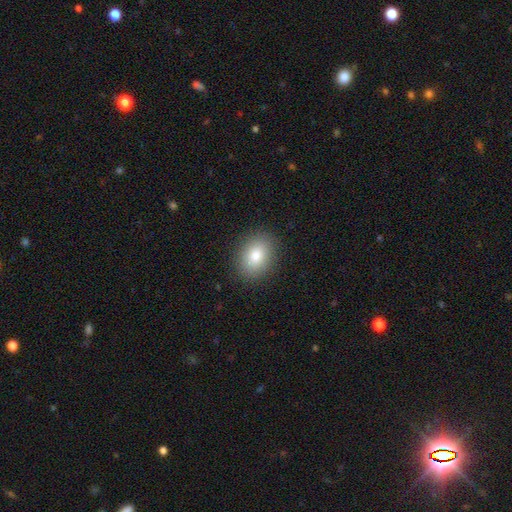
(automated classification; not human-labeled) Smooth or featured? smooth (82%)
How rounded? in between (63%)
Merging? none (89%)